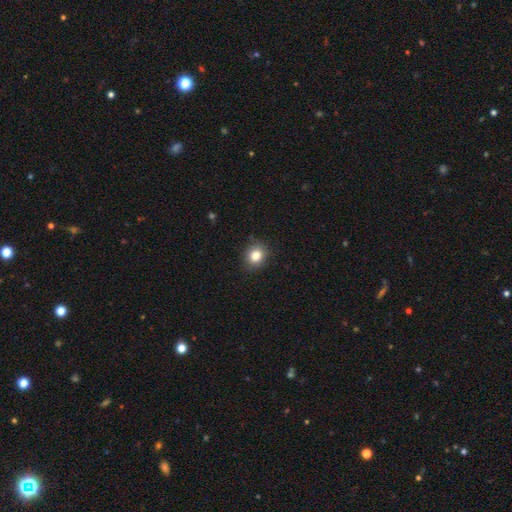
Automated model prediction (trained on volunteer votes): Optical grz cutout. It shows a smooth galaxy with no disk features (82%) that is round (72%). Merging: none (86%).